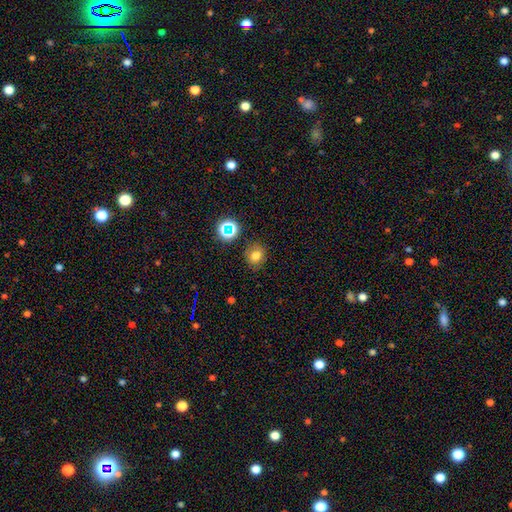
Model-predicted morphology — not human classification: The model was most divided on "how rounded": round: 63%, in between: 36%, cigar-shaped: 1%. More confident: merging — none (79%); smooth or featured — smooth (72%).